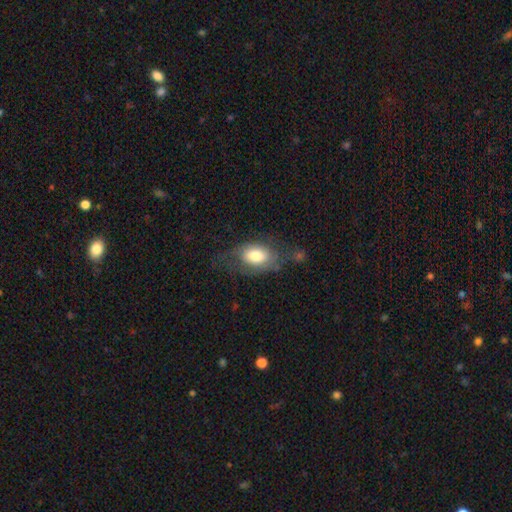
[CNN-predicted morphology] Overall: smooth (69%). How rounded: in between (87%). Merging: none (47%; minor disturbance 27%).